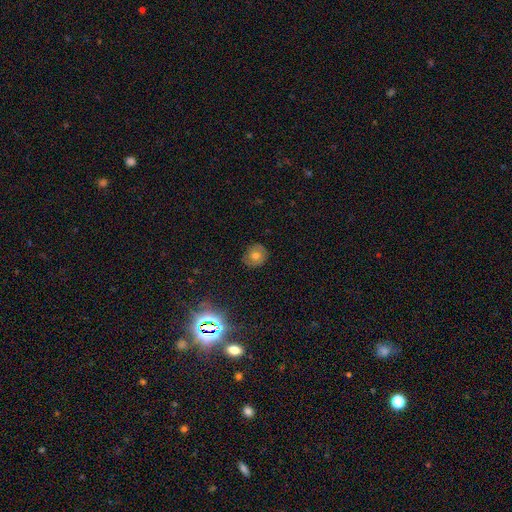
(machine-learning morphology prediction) Smooth or featured? smooth (56%)
How rounded? round (80%)
Merging? none (82%)